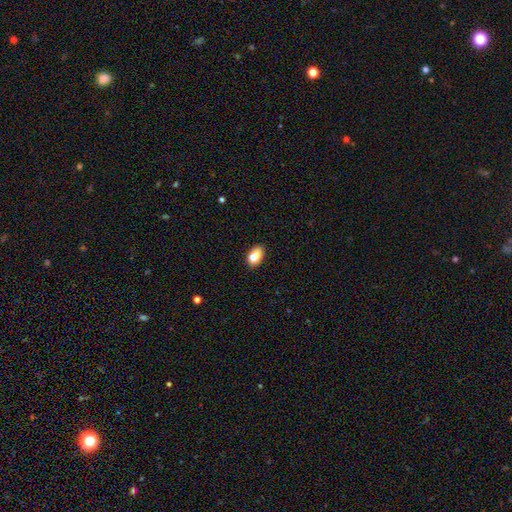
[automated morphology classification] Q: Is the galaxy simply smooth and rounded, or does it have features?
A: smooth — 80%.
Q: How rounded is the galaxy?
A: in between — 88%.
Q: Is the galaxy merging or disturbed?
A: none — 68%.